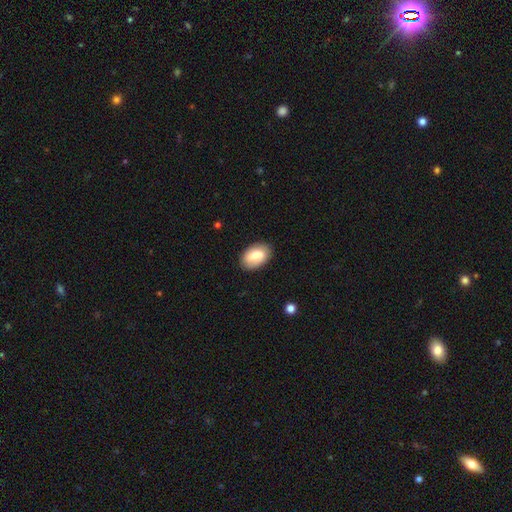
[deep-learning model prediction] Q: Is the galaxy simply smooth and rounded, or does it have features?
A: smooth — 80%.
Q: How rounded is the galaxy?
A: in between — 93%.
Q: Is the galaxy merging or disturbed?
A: none — 85%.